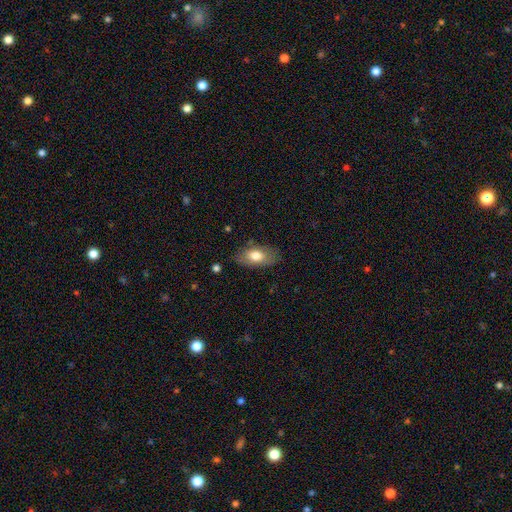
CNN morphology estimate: This is likely a smooth galaxy (73%). How rounded: clearly in between (91%). Merging: likely none (77%).